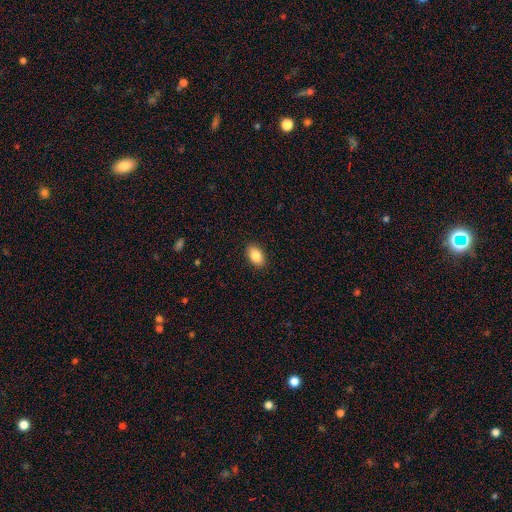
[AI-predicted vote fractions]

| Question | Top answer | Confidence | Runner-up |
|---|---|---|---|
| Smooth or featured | smooth | 86% | star or artifact (8%) |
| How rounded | in between | 91% | round (8%) |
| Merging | none | 90% | minor disturbance (7%) |